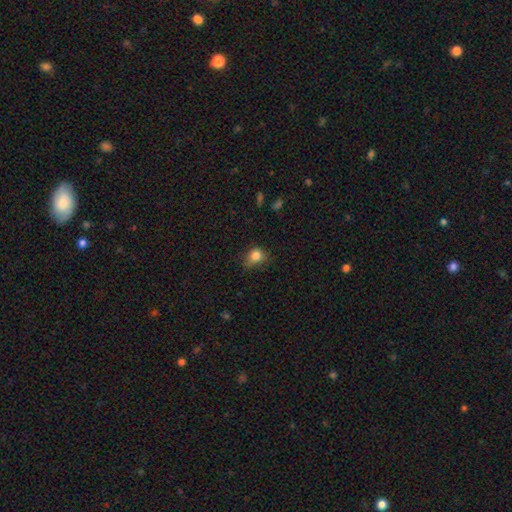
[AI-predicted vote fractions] This appears to be a smooth galaxy with no disk features (83%) that is round (60%). Merging: none (52%).